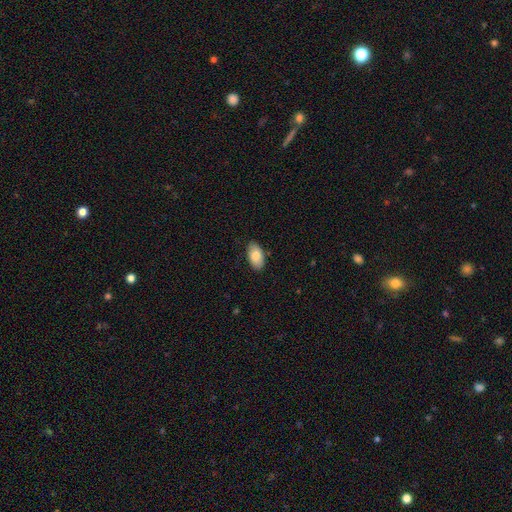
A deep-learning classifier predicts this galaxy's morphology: Q: Smooth or featured?
A: smooth (83%); runner-up: featured or disk (10%)
Q: How rounded?
A: in between (95%); runner-up: round (3%)
Q: Merging?
A: none (86%); runner-up: minor disturbance (11%)